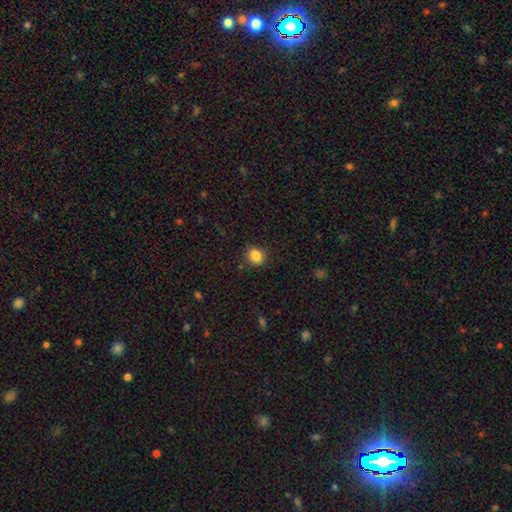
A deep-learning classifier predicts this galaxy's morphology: smooth_or_featured: smooth (p=0.85) [alt: star or artifact p=0.11]
how_rounded: round (p=0.72) [alt: in between p=0.27]
merging: none (p=0.89) [alt: minor disturbance p=0.08]